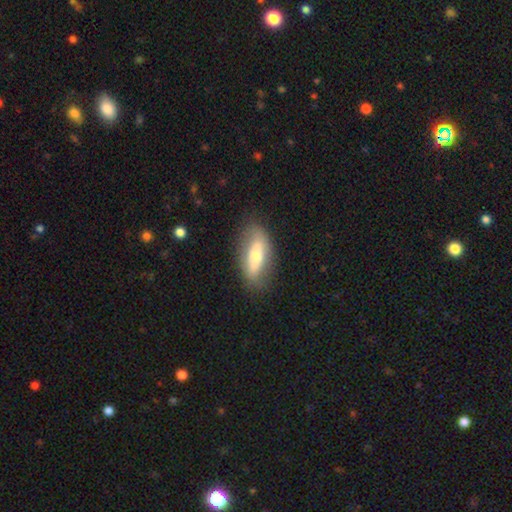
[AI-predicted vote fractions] Smooth or featured? Predicted: smooth (p=0.49). Merging? Predicted: none (p=0.81).